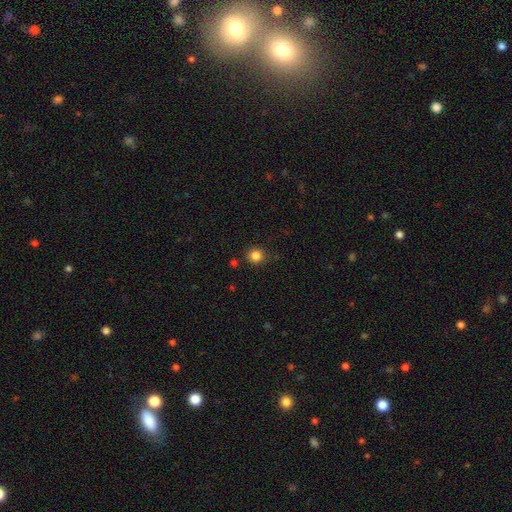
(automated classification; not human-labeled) Smooth or featured? Predicted: smooth (p=0.84). How rounded? Predicted: round (p=0.91). Merging? Predicted: none (p=0.88).